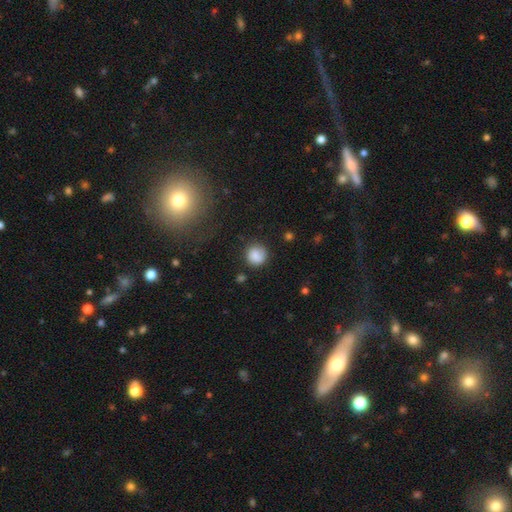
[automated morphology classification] type=smooth (75%); roundness=round (86%); merging=none (72%).